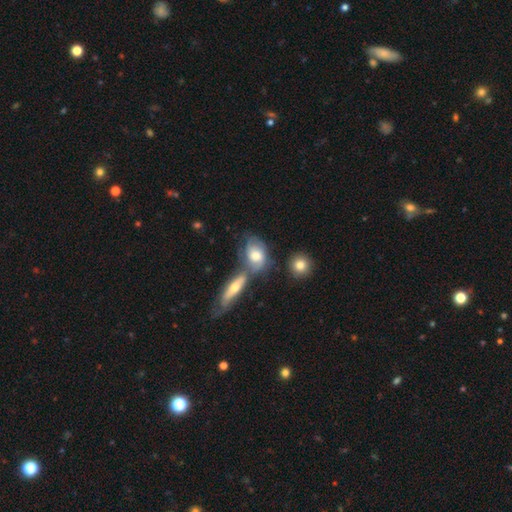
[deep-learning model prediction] Smooth or featured: featured or disk — 55% (smooth — 37%)
Edge-on disk: no — 88% (yes — 12%)
Merging: none — 40% (merger — 35%)